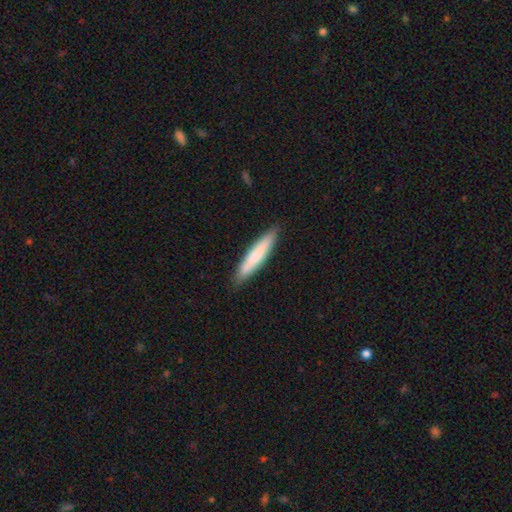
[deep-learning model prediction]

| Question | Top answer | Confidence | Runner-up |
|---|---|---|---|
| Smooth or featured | smooth | 73% | featured or disk (22%) |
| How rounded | cigar-shaped | 89% | in between (10%) |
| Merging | none | 88% | minor disturbance (9%) |